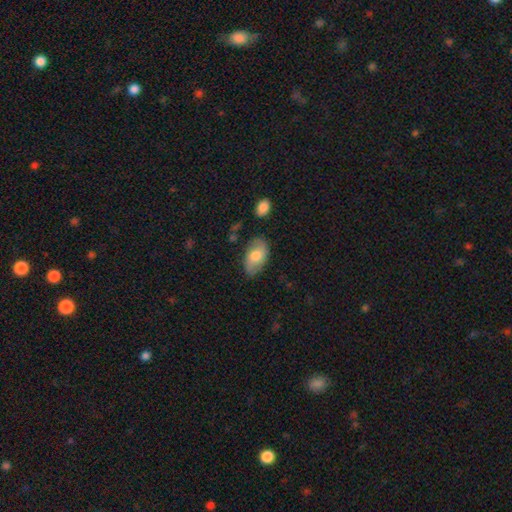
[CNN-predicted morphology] smooth_or_featured: smooth (p=0.68) [alt: featured or disk p=0.26]
how_rounded: in between (p=0.93) [alt: round p=0.05]
merging: none (p=0.74) [alt: minor disturbance p=0.20]